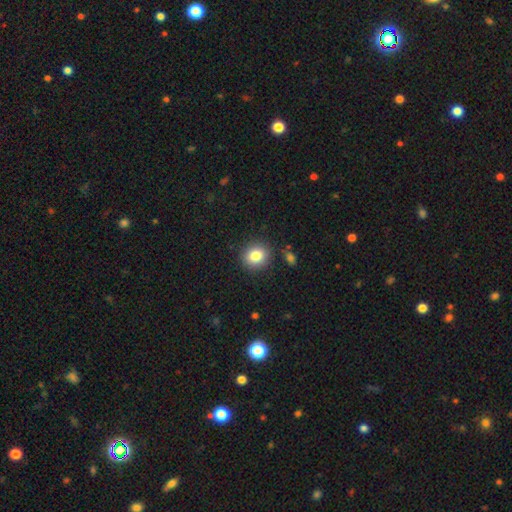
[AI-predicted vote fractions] smooth-or-featured: smooth: 83% | star or artifact: 10% | featured or disk: 7%
  how-rounded: round: 81% | in between: 18% | cigar-shaped: 1%
  merging: none: 89% | minor disturbance: 7% | major disturbance: 2% | merger: 2%